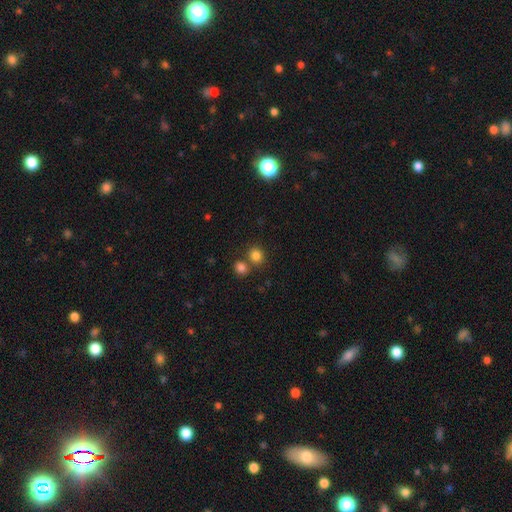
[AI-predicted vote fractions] Smooth or featured? Predicted: smooth (p=0.82). How rounded? Predicted: round (p=0.78). Merging? Predicted: none (p=0.64).